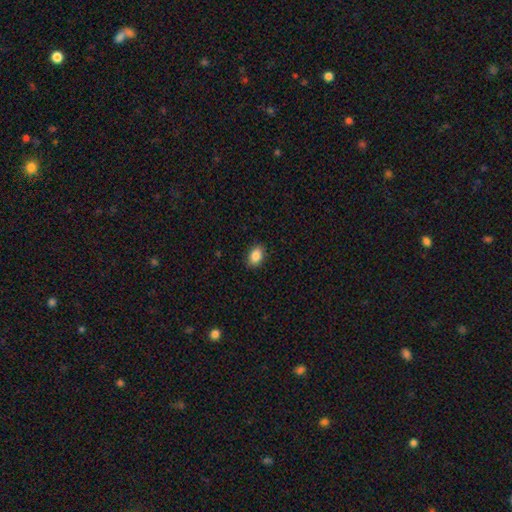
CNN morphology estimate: smooth-or-featured: smooth: 87% | star or artifact: 8% | featured or disk: 5%
  how-rounded: in between: 81% | round: 18% | cigar-shaped: 1%
  merging: none: 88% | minor disturbance: 9% | major disturbance: 2% | merger: 1%